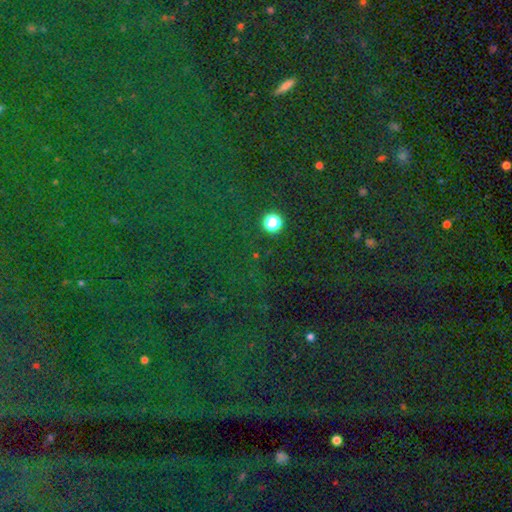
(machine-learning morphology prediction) smooth-or-featured: star or artifact: 60% | smooth: 34% | featured or disk: 6%